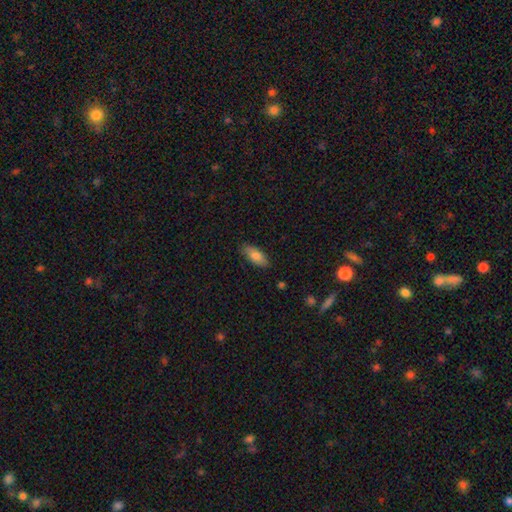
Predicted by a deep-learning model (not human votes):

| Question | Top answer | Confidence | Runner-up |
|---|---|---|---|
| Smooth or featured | smooth | 82% | featured or disk (11%) |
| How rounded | in between | 84% | cigar-shaped (14%) |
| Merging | none | 80% | minor disturbance (16%) |